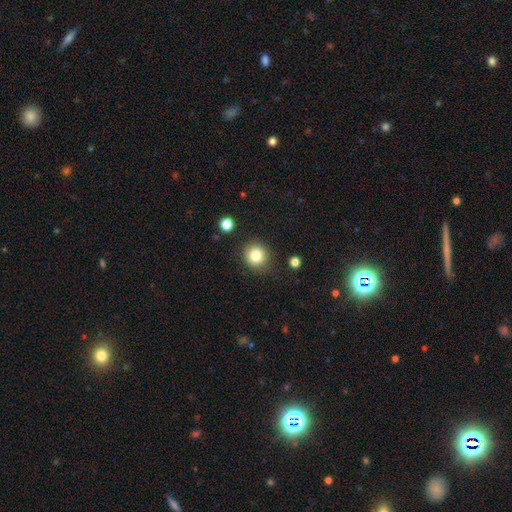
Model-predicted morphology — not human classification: Smooth or featured? Predicted: smooth (p=0.83). How rounded? Predicted: round (p=0.91). Merging? Predicted: none (p=0.85).